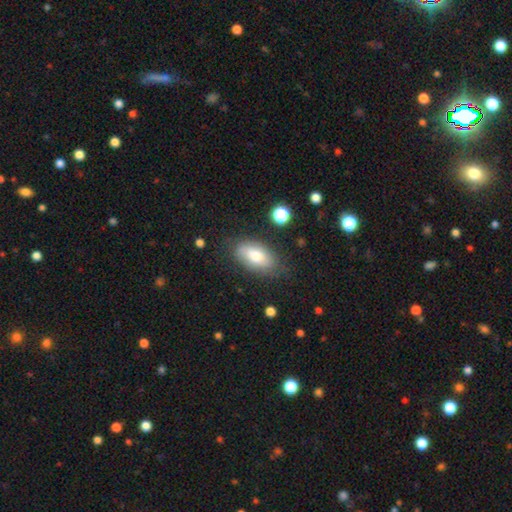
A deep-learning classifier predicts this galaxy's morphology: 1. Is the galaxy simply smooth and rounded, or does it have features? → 68% smooth, 24% featured or disk, 8% star or artifact.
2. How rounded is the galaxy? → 91% in between, 4% round, 4% cigar-shaped.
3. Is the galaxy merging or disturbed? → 75% none, 18% minor disturbance, 5% major disturbance, 2% merger.